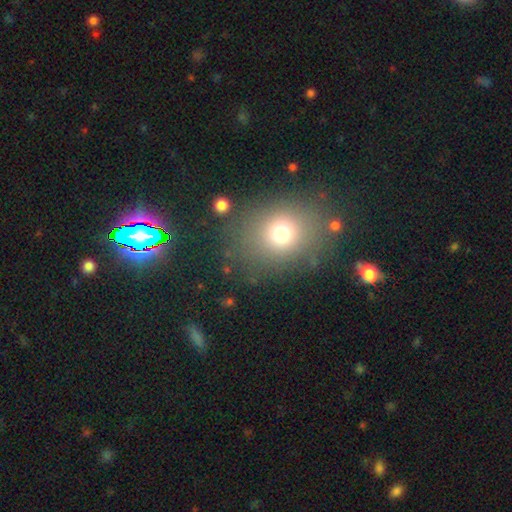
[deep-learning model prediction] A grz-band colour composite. It shows a smooth galaxy with no disk features (65%) that is round (64%). Merging: none (83%).